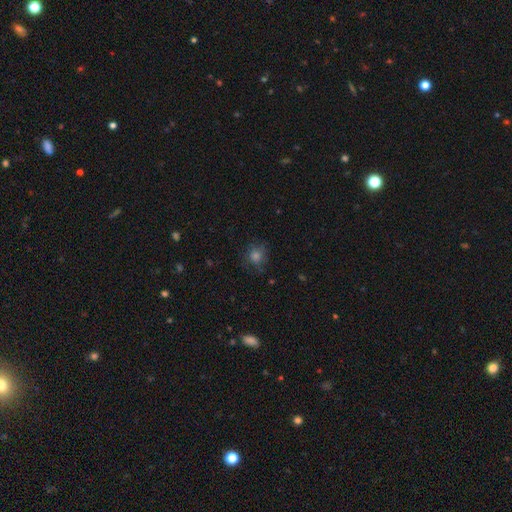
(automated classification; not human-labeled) Q: Smooth or featured?
A: smooth (64%); runner-up: star or artifact (22%)
Q: How rounded?
A: round (79%); runner-up: in between (20%)
Q: Merging?
A: none (74%); runner-up: minor disturbance (17%)